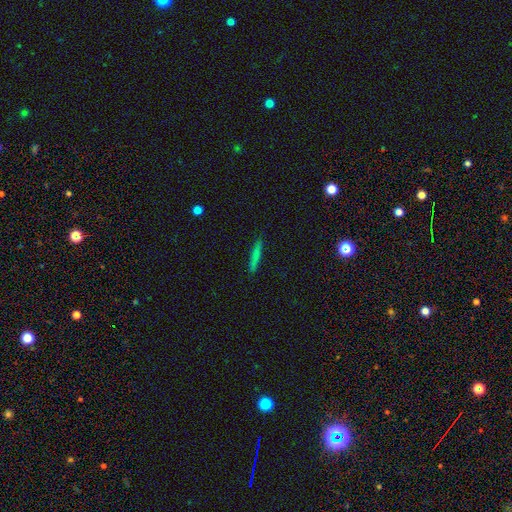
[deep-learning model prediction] Q: Smooth or featured?
A: smooth (72%); runner-up: featured or disk (19%)
Q: How rounded?
A: cigar-shaped (93%); runner-up: in between (5%)
Q: Merging?
A: none (88%); runner-up: minor disturbance (9%)